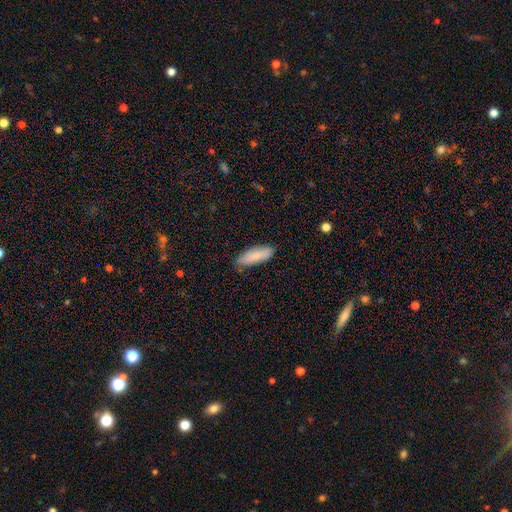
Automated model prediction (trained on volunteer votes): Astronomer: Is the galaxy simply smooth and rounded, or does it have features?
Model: smooth — 80%.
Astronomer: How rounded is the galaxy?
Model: in between — 64%.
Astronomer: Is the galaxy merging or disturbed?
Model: none — 79%.